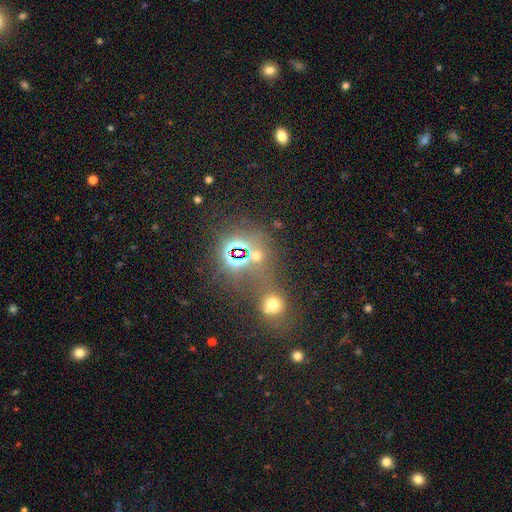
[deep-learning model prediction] Q: Smooth or featured?
A: star or artifact (60%); runner-up: smooth (31%)